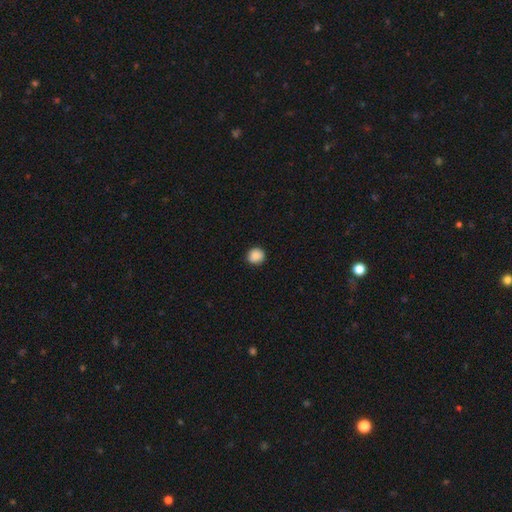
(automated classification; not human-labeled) Q: Smooth or featured?
A: smooth (88%); runner-up: star or artifact (9%)
Q: How rounded?
A: round (91%); runner-up: in between (8%)
Q: Merging?
A: none (89%); runner-up: minor disturbance (8%)